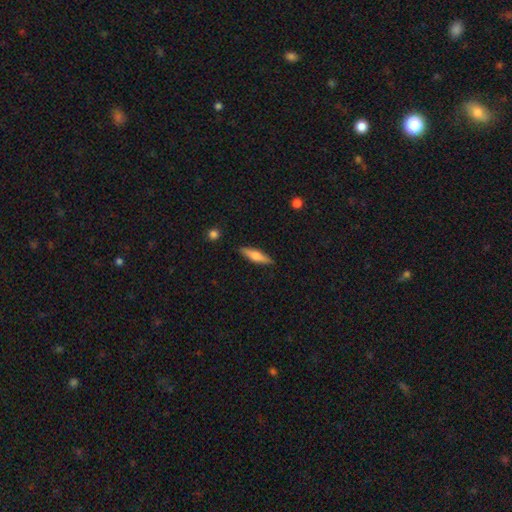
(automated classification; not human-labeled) The model was most divided on "smooth or featured": smooth: 57%, featured or disk: 37%, star or artifact: 6%. More confident: merging — none (88%); how rounded — cigar-shaped (69%).